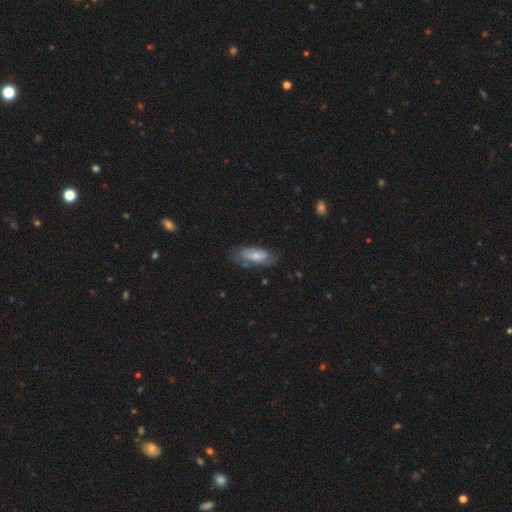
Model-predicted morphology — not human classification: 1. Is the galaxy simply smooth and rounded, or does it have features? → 57% smooth, 36% featured or disk, 7% star or artifact.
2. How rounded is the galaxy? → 81% in between, 16% cigar-shaped, 3% round.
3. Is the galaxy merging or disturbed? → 60% none, 27% minor disturbance, 10% major disturbance, 3% merger.